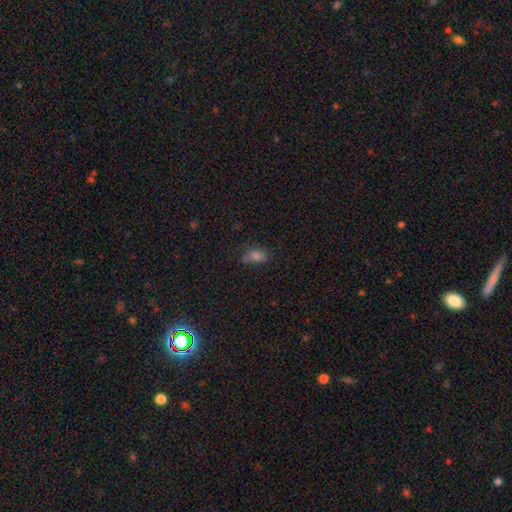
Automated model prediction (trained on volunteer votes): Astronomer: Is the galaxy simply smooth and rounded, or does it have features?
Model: smooth — 68%.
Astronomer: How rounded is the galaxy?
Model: in between — 80%.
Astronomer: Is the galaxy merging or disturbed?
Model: none — 58%.